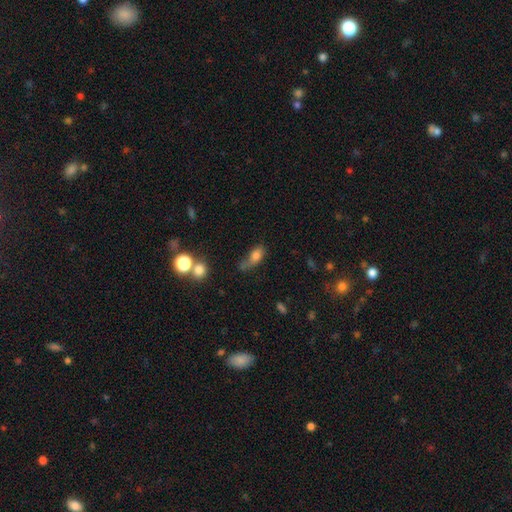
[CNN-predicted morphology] The model was most divided on "merging": none: 31%, major disturbance: 28%, minor disturbance: 27%, merger: 14%. More confident: how rounded — in between (74%); smooth or featured — smooth (73%).